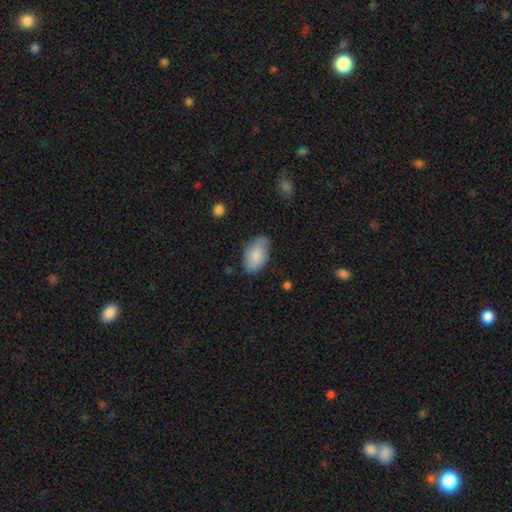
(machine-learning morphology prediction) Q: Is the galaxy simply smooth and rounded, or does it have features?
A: smooth — 85%.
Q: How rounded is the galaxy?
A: in between — 94%.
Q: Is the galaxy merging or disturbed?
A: none — 73%.